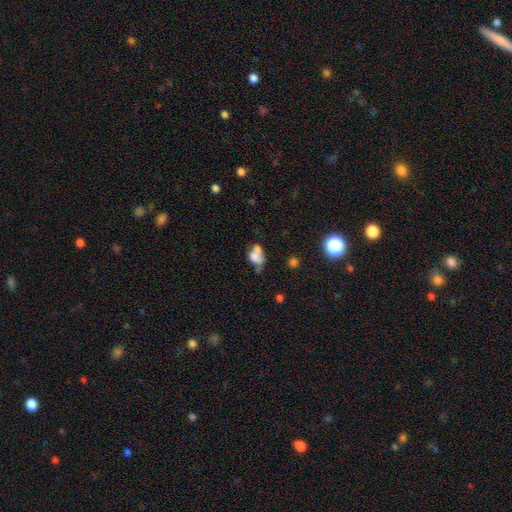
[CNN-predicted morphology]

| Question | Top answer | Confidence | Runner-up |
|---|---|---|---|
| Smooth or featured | smooth | 61% | featured or disk (26%) |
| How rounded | in between | 72% | round (25%) |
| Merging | merger | 35% | none (27%) |